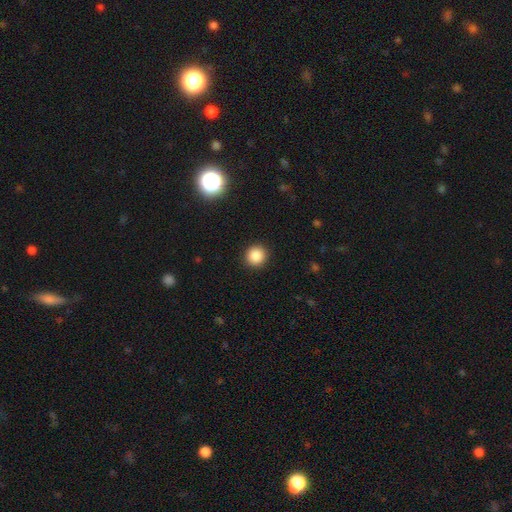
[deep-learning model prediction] The model was most divided on "smooth or featured": smooth: 86%, star or artifact: 10%, featured or disk: 4%. More confident: how rounded — round (93%); merging — none (92%).